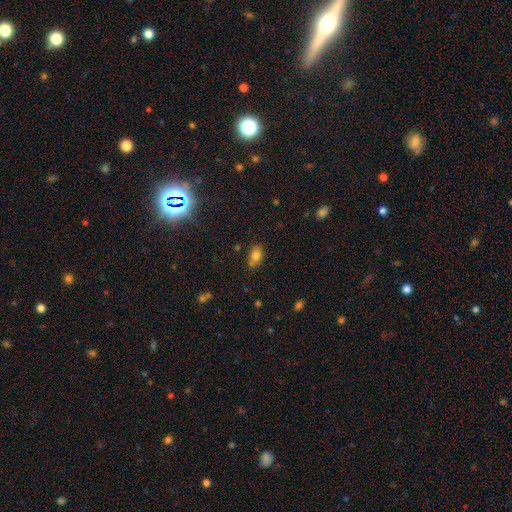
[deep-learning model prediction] Smooth or featured? Predicted: smooth (p=0.79). How rounded? Predicted: in between (p=0.82). Merging? Predicted: none (p=0.68).